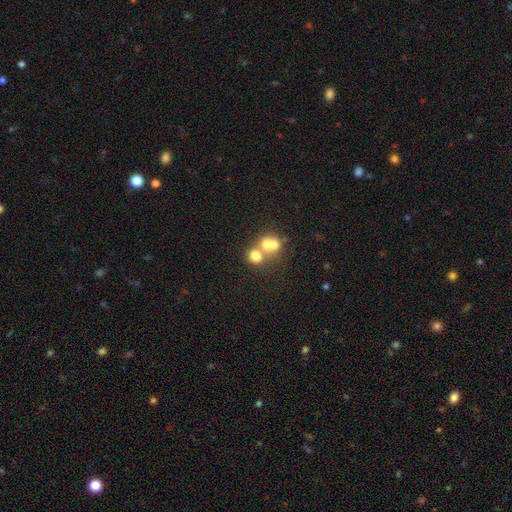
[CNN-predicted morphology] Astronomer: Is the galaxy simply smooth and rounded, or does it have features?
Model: smooth — 66%.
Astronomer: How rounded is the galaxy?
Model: round — 73%.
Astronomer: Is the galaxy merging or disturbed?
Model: merger — 64%.